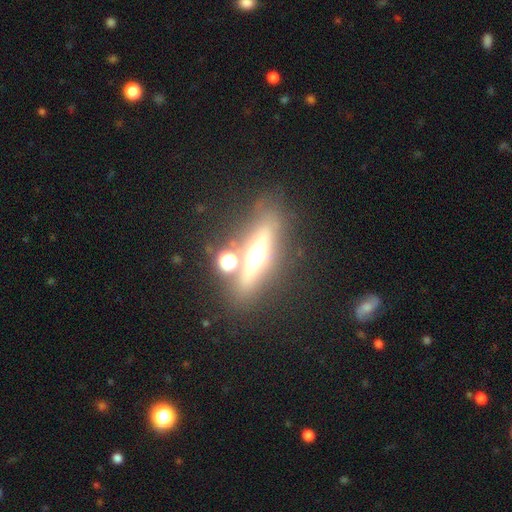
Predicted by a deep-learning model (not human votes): smooth_or_featured: featured or disk (p=0.63) [alt: smooth p=0.25]
disk_edge_on: yes (p=0.89) [alt: no p=0.11]
edge_on_bulge: rounded (p=0.92) [alt: boxy p=0.05]
merging: none (p=0.73) [alt: minor disturbance p=0.11]